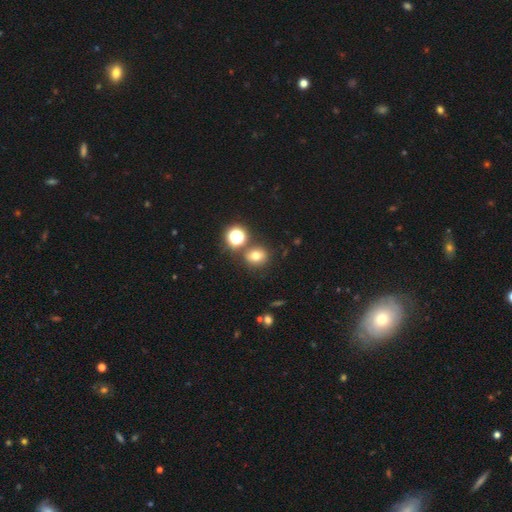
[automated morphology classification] smooth 70%, star or artifact 20%, featured or disk 10%. Down the decision tree: how rounded — round (70%); merging — none (74%).